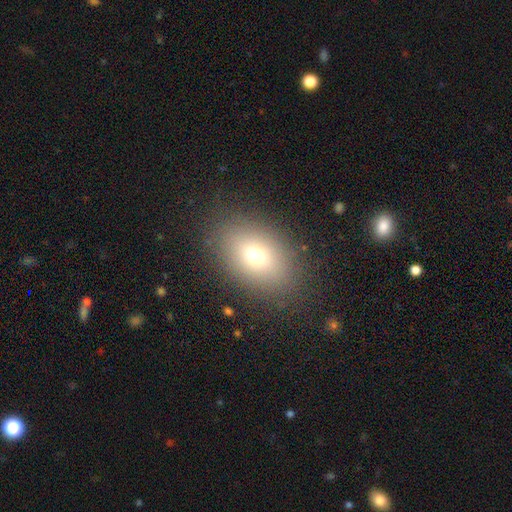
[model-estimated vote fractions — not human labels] Smooth or featured?
  - smooth: 70% *
  - star or artifact: 15%
  - featured or disk: 15%
How rounded?
  - in between: 77% *
  - round: 22%
  - cigar-shaped: 1%
Merging?
  - none: 83% *
  - minor disturbance: 10%
  - major disturbance: 6%
  - merger: 1%